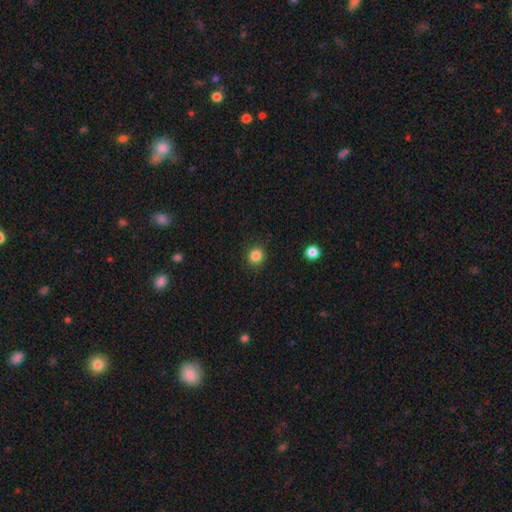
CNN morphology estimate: The model was most divided on "smooth or featured": smooth: 85%, star or artifact: 11%, featured or disk: 4%. More confident: merging — none (90%); how rounded — round (88%).